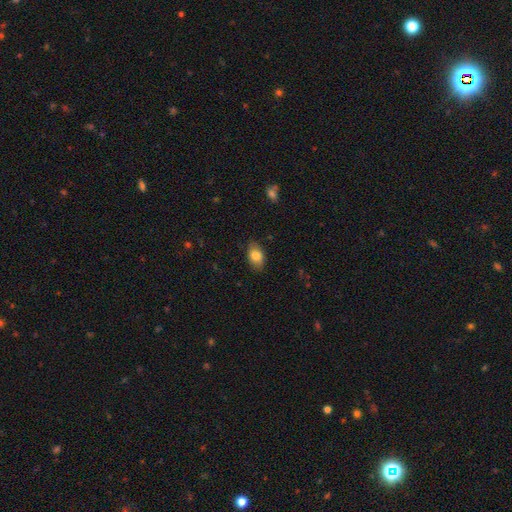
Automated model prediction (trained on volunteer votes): The model was most divided on "merging": none: 82%, minor disturbance: 14%, major disturbance: 3%, merger: 1%. More confident: how rounded — in between (87%); smooth or featured — smooth (81%).